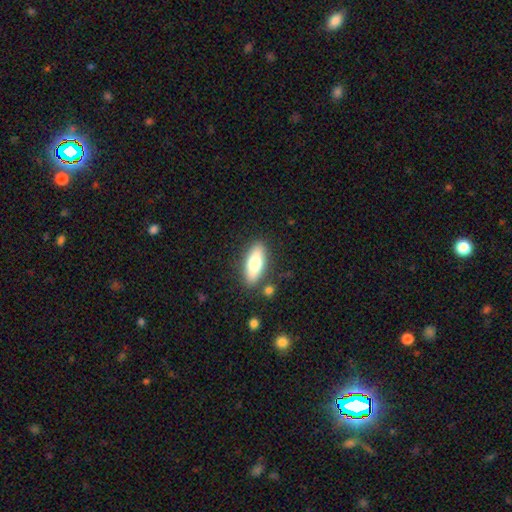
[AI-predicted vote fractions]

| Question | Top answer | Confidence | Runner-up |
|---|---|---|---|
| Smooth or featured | smooth | 67% | featured or disk (26%) |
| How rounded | in between | 67% | cigar-shaped (30%) |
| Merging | none | 85% | minor disturbance (9%) |